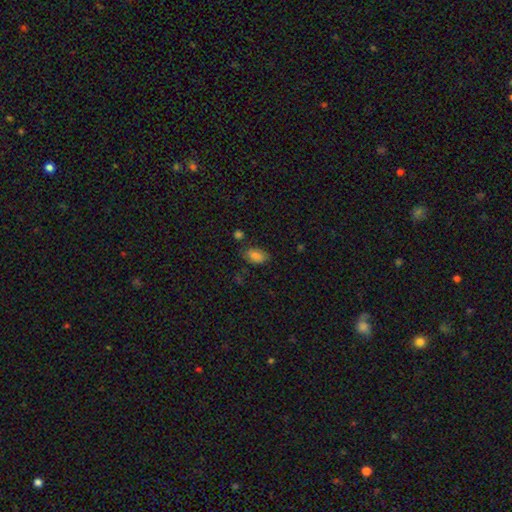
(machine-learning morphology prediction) A smooth galaxy with no disk features (80%) that is in between round and cigar-shaped (91%).

Vote fractions:
- Smooth or featured? smooth: 80% / featured or disk: 11% / star or artifact: 9%
- How rounded? in between: 91% / round: 7% / cigar-shaped: 2%
- Merging? none: 69% / minor disturbance: 21% / major disturbance: 5% / merger: 4%